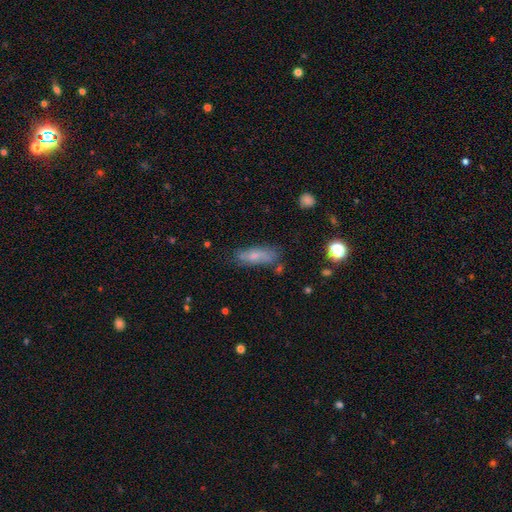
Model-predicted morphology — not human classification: Smooth or featured?
  - smooth: 63% *
  - featured or disk: 28%
  - star or artifact: 10%
How rounded?
  - in between: 58% *
  - cigar-shaped: 39%
  - round: 3%
Merging?
  - none: 64% *
  - minor disturbance: 24%
  - major disturbance: 8%
  - merger: 5%